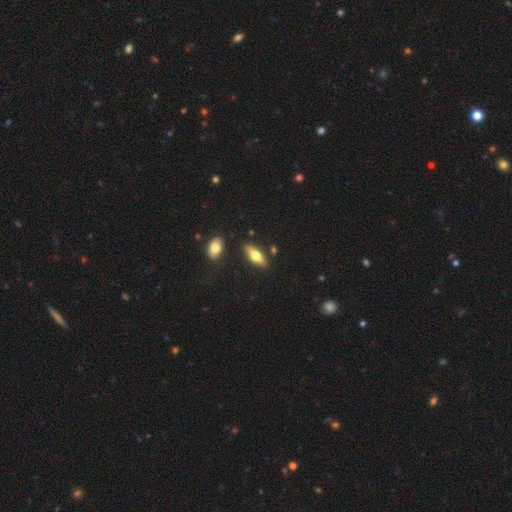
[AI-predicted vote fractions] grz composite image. It shows a smooth galaxy with no disk features (54%) that is in between round and cigar-shaped (60%). Merging: none (84%).